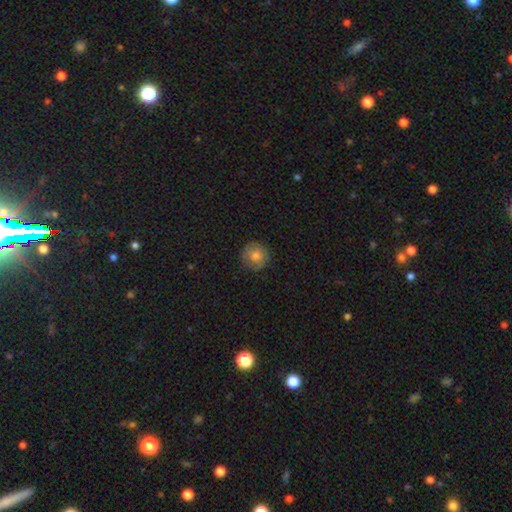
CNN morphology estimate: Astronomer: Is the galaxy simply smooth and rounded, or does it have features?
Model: smooth — 79%.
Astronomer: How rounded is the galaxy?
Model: round — 93%.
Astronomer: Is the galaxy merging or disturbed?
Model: none — 83%.